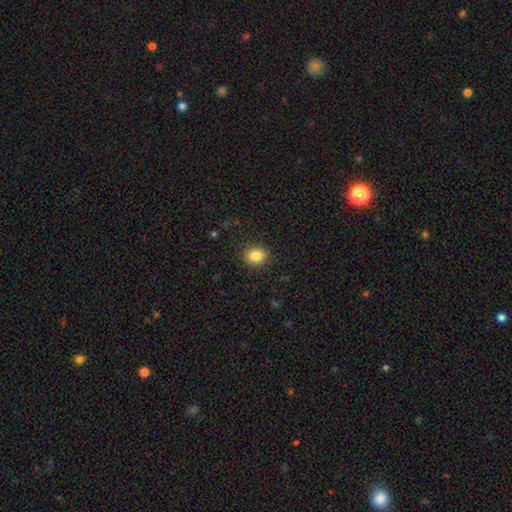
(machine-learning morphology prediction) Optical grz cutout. It shows a smooth galaxy with no disk features (84%) that is round (70%). Merging: none (89%).